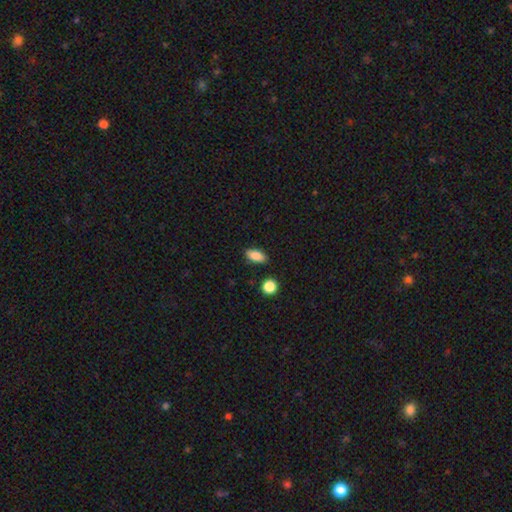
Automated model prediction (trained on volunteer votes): Smooth or featured?
  - smooth: 85% *
  - star or artifact: 8%
  - featured or disk: 7%
How rounded?
  - in between: 86% *
  - cigar-shaped: 8%
  - round: 5%
Merging?
  - none: 86% *
  - minor disturbance: 9%
  - merger: 2%
  - major disturbance: 2%